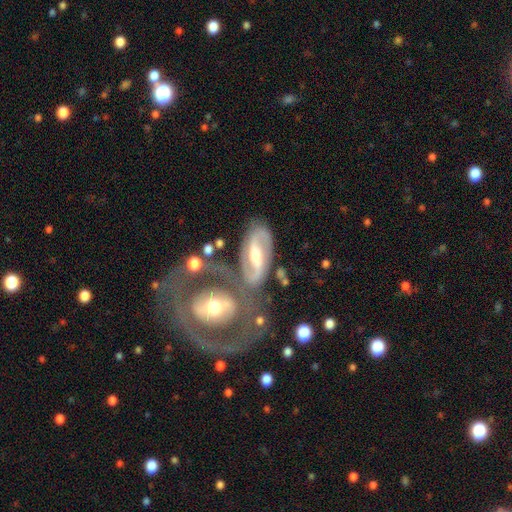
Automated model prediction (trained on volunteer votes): Overall: featured or disk (82%). Edge-on disk: no (93%). Bar: strong (57%; weak 31%). Spiral arms: yes (88%). Spiral arm count: 2 (88%). Spiral winding: medium (48%; loose 27%). Bulge size: moderate (68%). Merging: none (54%; merger 21%).